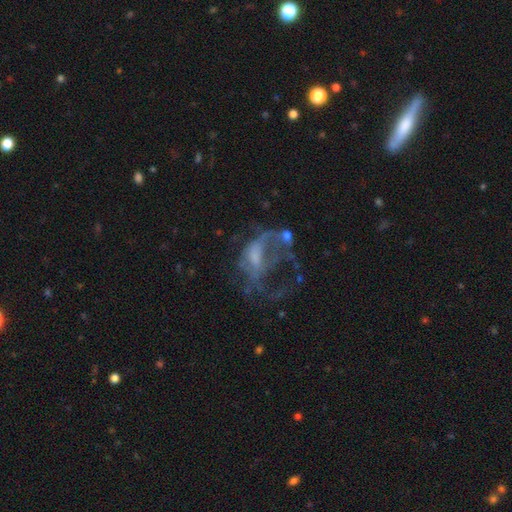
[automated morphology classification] Smooth or featured? Predicted: featured or disk (p=0.62). Edge-on disk? Predicted: no (p=0.96). Bar? Predicted: no (p=0.64). Spiral arms? Predicted: no (p=0.65). Bulge size? Predicted: none (p=0.35). Merging? Predicted: major disturbance (p=0.54).